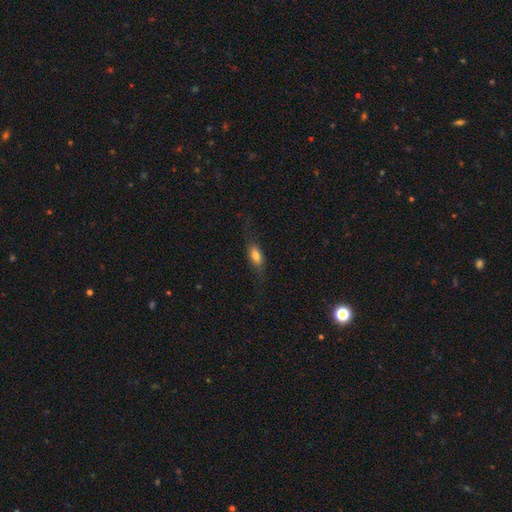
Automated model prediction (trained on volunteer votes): smooth_or_featured: smooth (p=0.70) [alt: featured or disk p=0.22]
how_rounded: in between (p=0.72) [alt: cigar-shaped p=0.23]
merging: none (p=0.69) [alt: minor disturbance p=0.20]